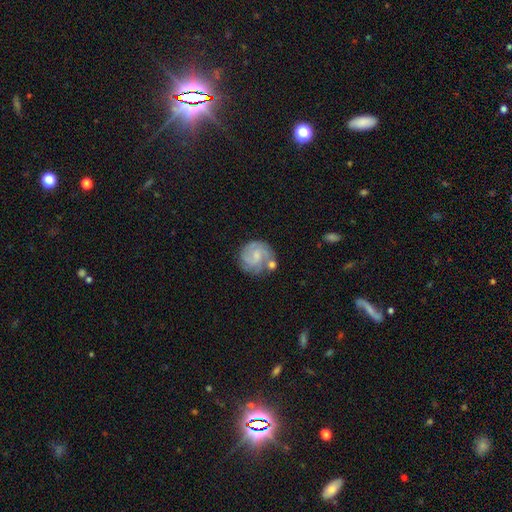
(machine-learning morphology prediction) Overall: featured or disk (67%). Edge-on disk: no (98%). Bar: no (52%; weak 42%). Spiral arms: yes (90%). Spiral arm count: 3 (31%; 2 29%). Spiral winding: tight (53%; medium 36%). Bulge size: small (49%; moderate 30%). Merging: none (58%; minor disturbance 19%).